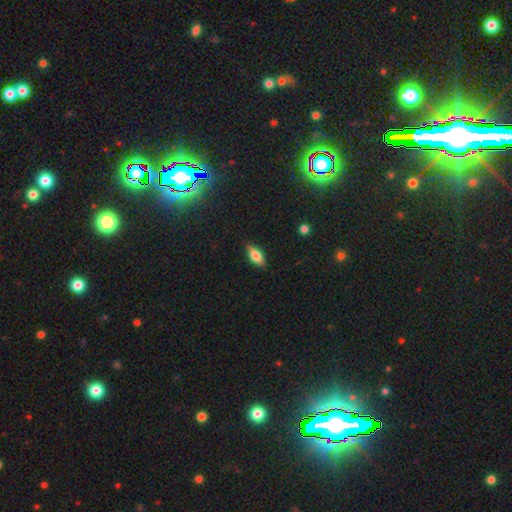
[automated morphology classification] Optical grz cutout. It shows a smooth galaxy with no disk features (68%) that is in between round and cigar-shaped (76%). Merging: none (87%).